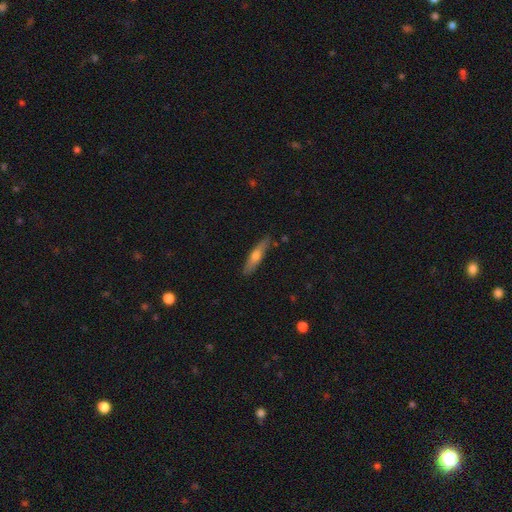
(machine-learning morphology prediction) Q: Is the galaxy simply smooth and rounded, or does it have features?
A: smooth — 52%.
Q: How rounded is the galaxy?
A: cigar-shaped — 81%.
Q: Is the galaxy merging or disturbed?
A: none — 83%.